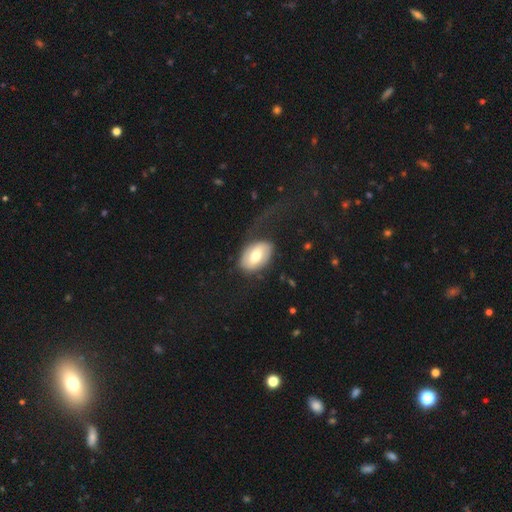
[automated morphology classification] This appears to be a smooth galaxy with no disk features (58%) that is in between round and cigar-shaped (89%). Merging: none (49%).